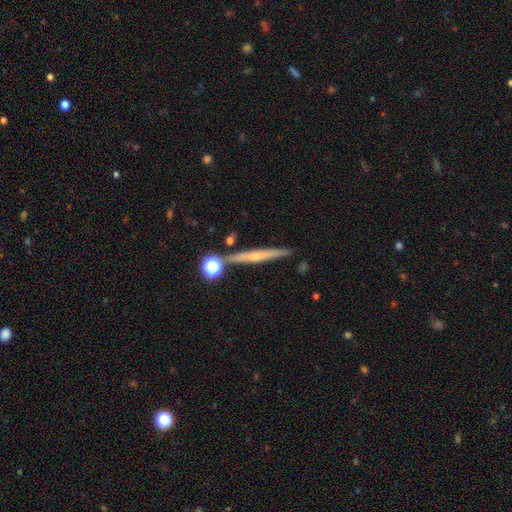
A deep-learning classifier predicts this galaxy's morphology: A featured or disk galaxy (56%) viewed edge-on (96%) with a rounded central bulge (53%). Merging: none (83%).